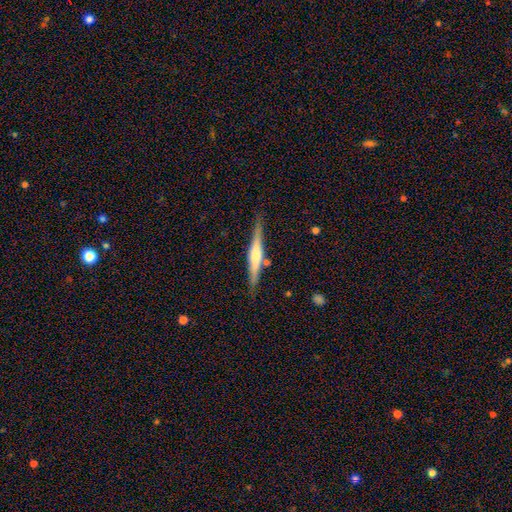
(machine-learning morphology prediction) type=featured or disk (65%); edge-on=yes (97%); edge-on bulge=rounded (65%); merging=none (84%).